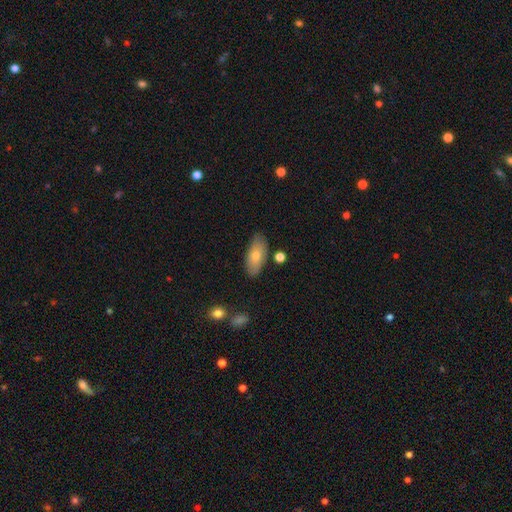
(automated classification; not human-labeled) Overall: smooth (69%). How rounded: in between (84%). Merging: none (82%).